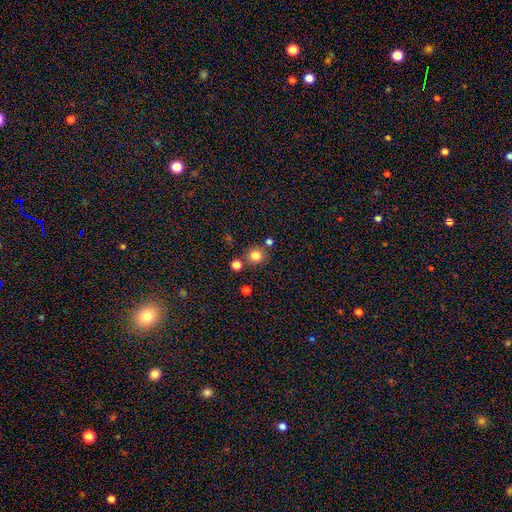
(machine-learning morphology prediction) This appears to be a smooth galaxy with no disk features (81%) that is round (90%). Merging: none (79%).